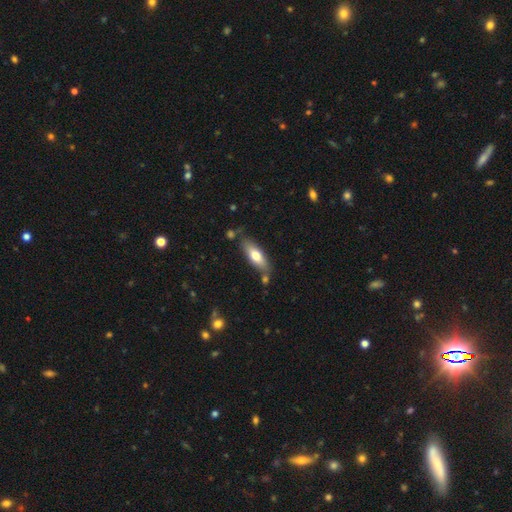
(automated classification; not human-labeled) Smooth or featured? smooth (68%)
How rounded? in between (64%)
Merging? none (72%)